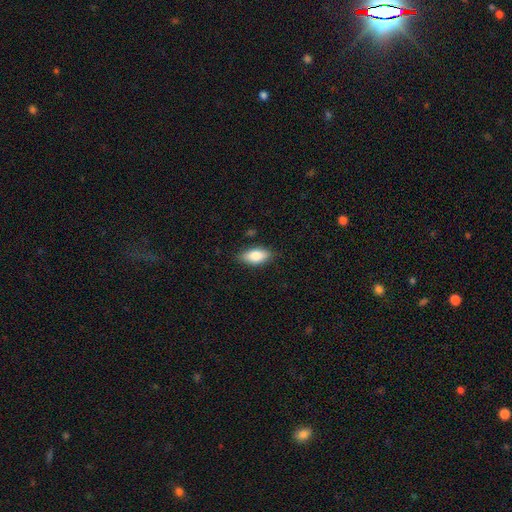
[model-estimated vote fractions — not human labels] Q: Smooth or featured?
A: smooth (81%); runner-up: featured or disk (12%)
Q: How rounded?
A: in between (88%); runner-up: cigar-shaped (9%)
Q: Merging?
A: none (82%); runner-up: minor disturbance (14%)